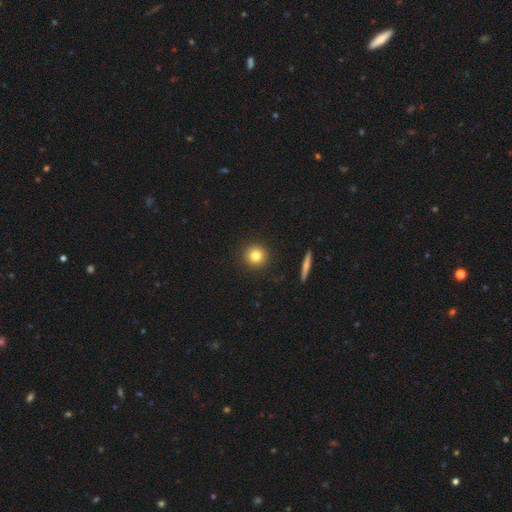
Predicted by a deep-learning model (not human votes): smooth-or-featured: smooth: 81% | star or artifact: 11% | featured or disk: 9%
  how-rounded: round: 94% | in between: 5% | cigar-shaped: 1%
  merging: none: 92% | minor disturbance: 5% | major disturbance: 2% | merger: 1%